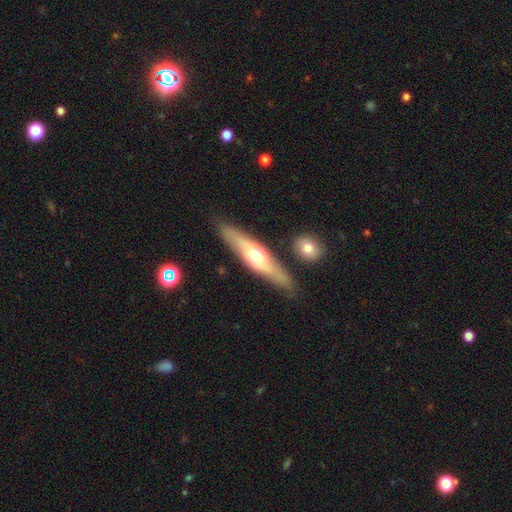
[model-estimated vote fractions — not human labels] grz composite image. It shows a featured or disk galaxy (52%) viewed edge-on (76%). Merging: none (82%).